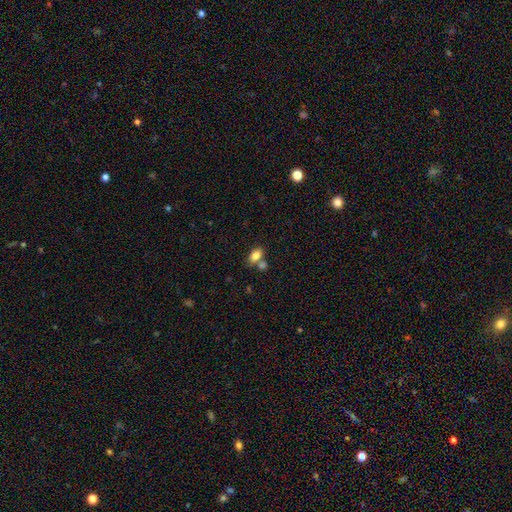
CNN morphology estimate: This appears to be a smooth galaxy with no disk features (81%) that is in between round and cigar-shaped (89%). Merging: none (53%).